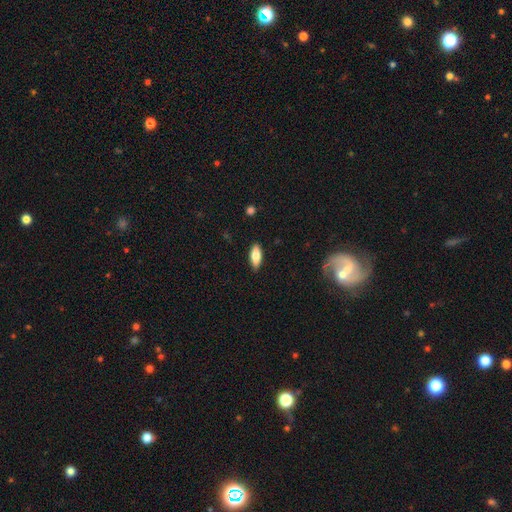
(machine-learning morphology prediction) Overall: smooth (77%). How rounded: in between (76%). Merging: none (88%).